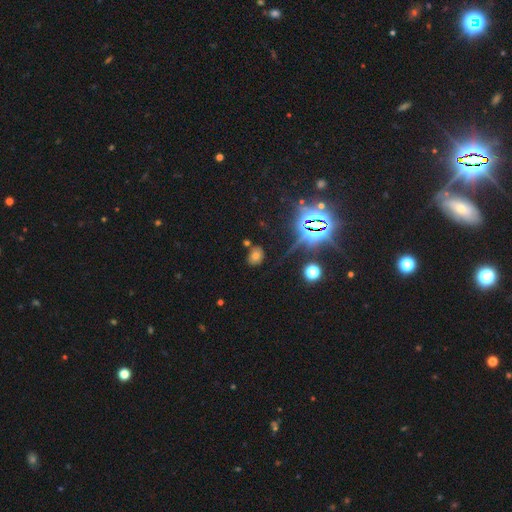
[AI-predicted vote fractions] smooth-or-featured: smooth: 47% | star or artifact: 41% | featured or disk: 12%
  merging: none: 73% | minor disturbance: 14% | merger: 6% | major disturbance: 6%